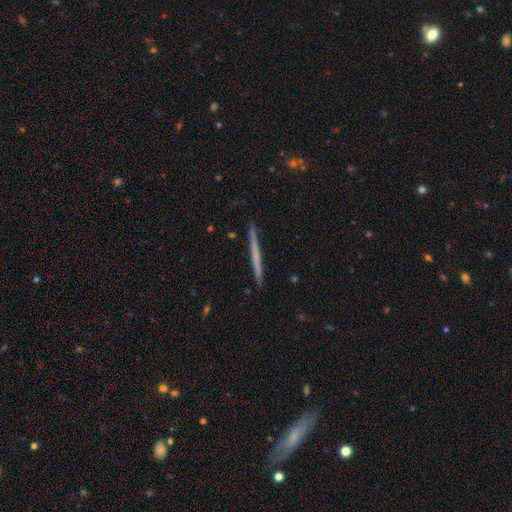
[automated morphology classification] type=smooth (49%); merging=none (92%).